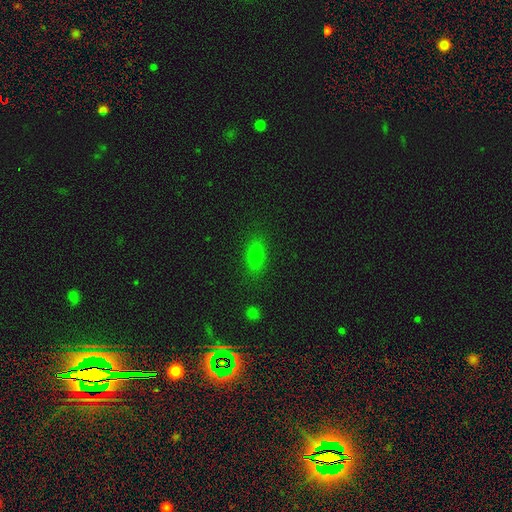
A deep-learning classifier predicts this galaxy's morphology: smooth 76%, star or artifact 14%, featured or disk 10%. Down the decision tree: how rounded — in between (78%); merging — none (83%).